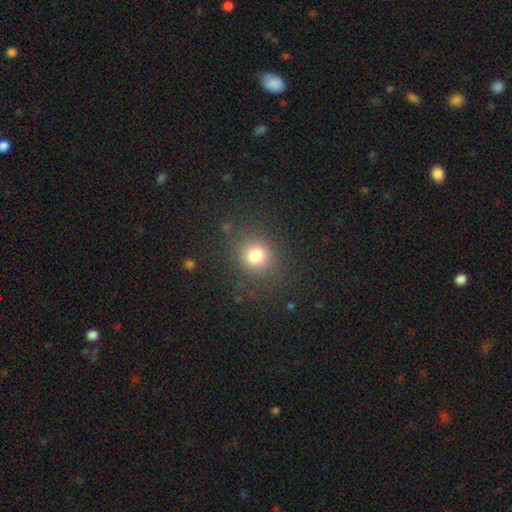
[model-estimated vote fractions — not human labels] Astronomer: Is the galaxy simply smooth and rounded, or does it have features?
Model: smooth — 79%.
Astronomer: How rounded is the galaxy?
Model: round — 83%.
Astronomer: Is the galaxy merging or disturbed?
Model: none — 84%.